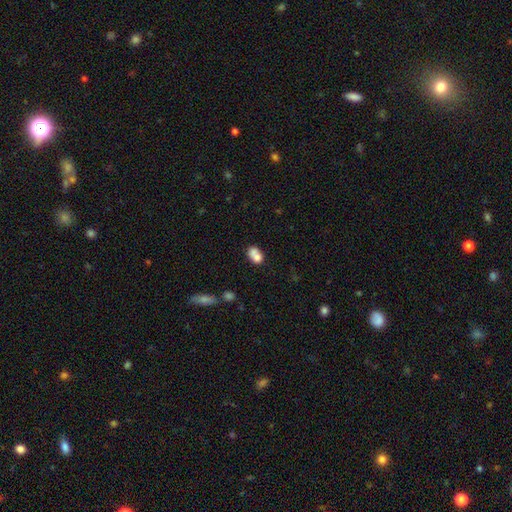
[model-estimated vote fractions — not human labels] smooth_or_featured: smooth (p=0.73) [alt: featured or disk p=0.17]
how_rounded: in between (p=0.67) [alt: round p=0.32]
merging: merger (p=0.53) [alt: none p=0.28]